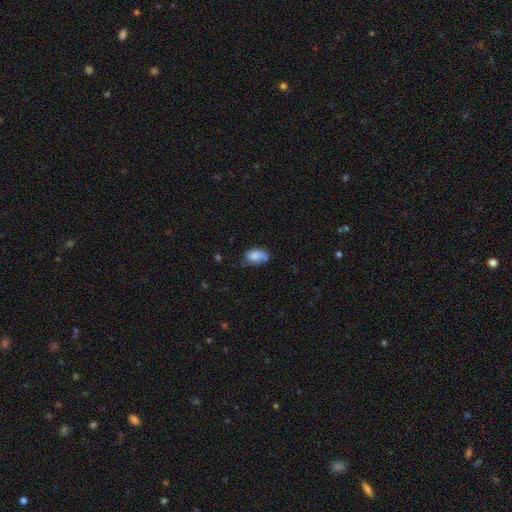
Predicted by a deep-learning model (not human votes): smooth_or_featured: smooth (p=0.70) [alt: featured or disk p=0.22]
how_rounded: in between (p=0.88) [alt: round p=0.10]
merging: none (p=0.46) [alt: minor disturbance p=0.34]